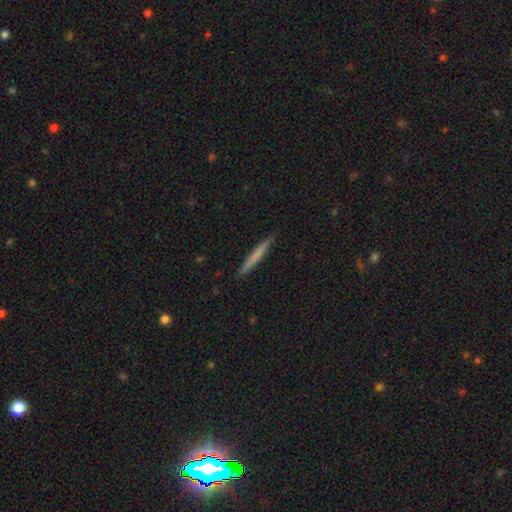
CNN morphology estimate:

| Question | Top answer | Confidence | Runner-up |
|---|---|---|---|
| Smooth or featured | smooth | 66% | featured or disk (29%) |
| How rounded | cigar-shaped | 97% | in between (2%) |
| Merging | none | 91% | minor disturbance (7%) |